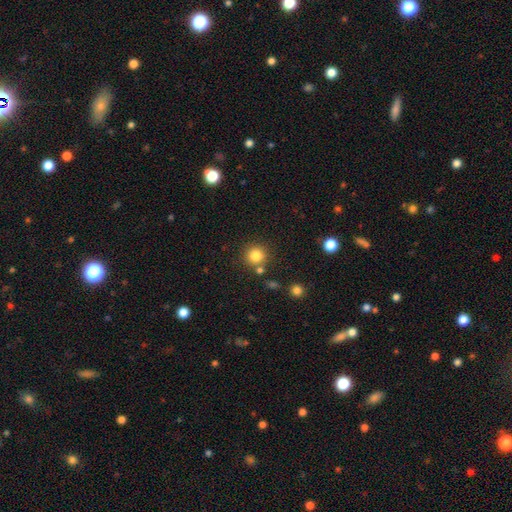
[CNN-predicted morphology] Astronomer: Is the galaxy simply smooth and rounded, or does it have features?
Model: smooth — 83%.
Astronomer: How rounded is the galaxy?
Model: round — 93%.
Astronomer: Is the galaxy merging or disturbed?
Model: none — 81%.